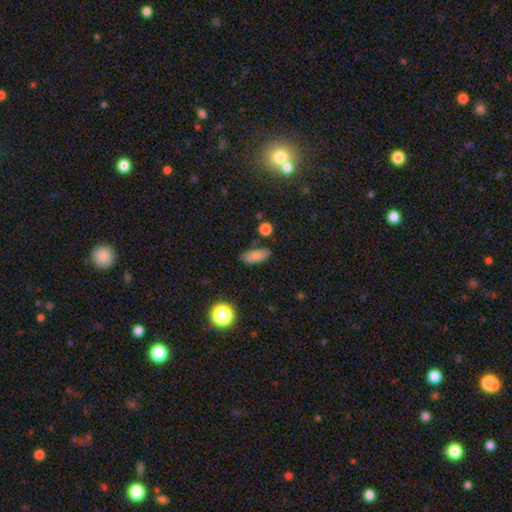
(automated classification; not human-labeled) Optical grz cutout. It shows a smooth galaxy with no disk features (80%) that is in between round and cigar-shaped (77%). Merging: none (71%).